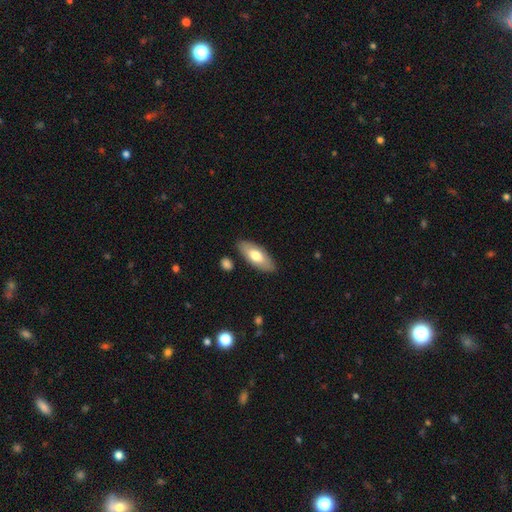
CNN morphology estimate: Smooth or featured: smooth — 68% (featured or disk — 26%)
How rounded: in between — 84% (cigar-shaped — 14%)
Merging: none — 85% (minor disturbance — 10%)